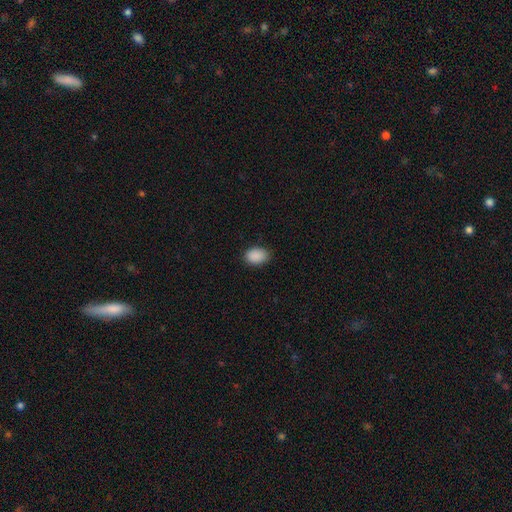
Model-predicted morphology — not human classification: Smooth or featured? Predicted: smooth (p=0.90). How rounded? Predicted: in between (p=0.79). Merging? Predicted: none (p=0.84).